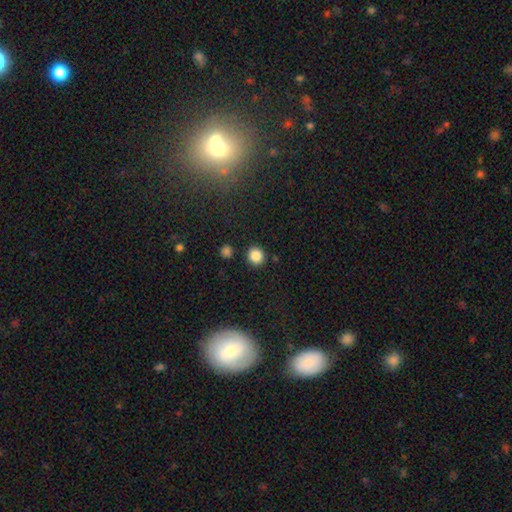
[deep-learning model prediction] Smooth or featured? smooth (85%)
How rounded? round (89%)
Merging? none (87%)